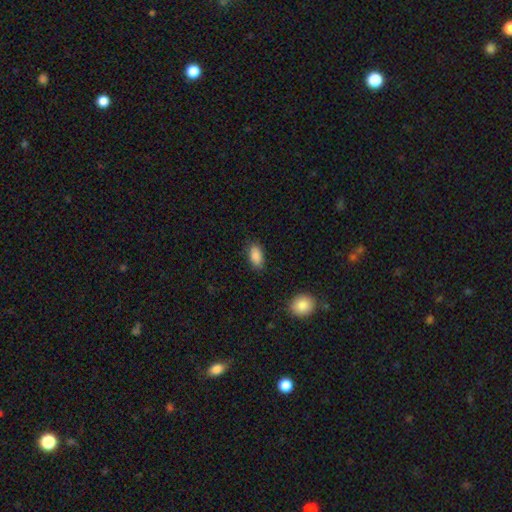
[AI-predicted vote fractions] Smooth or featured? Predicted: smooth (p=0.88). How rounded? Predicted: in between (p=0.92). Merging? Predicted: none (p=0.82).